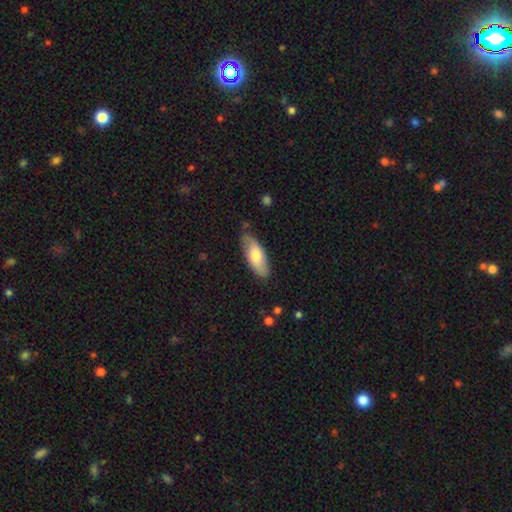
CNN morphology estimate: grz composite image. It shows a smooth galaxy with no disk features (65%) that is in between round and cigar-shaped (76%). Merging: none (79%).